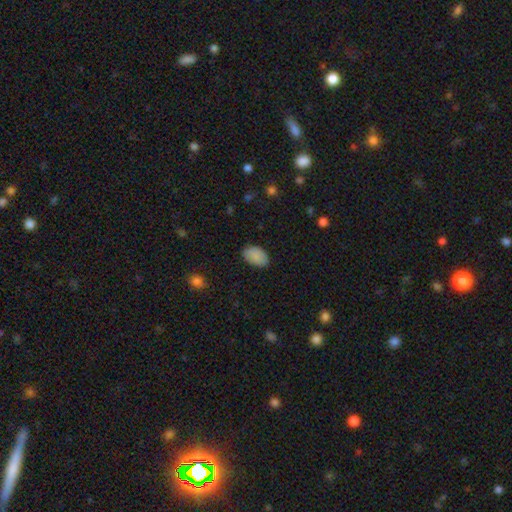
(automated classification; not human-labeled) This appears to be a smooth galaxy with no disk features (89%) that is in between round and cigar-shaped (91%). Merging: none (85%).